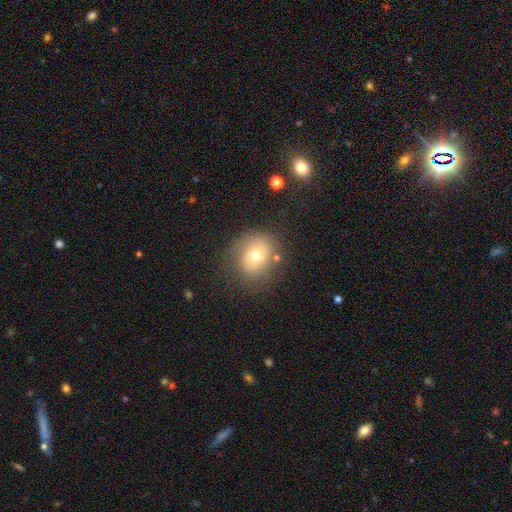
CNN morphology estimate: The model was most divided on "smooth or featured": smooth: 64%, featured or disk: 23%, star or artifact: 13%. More confident: merging — none (73%); how rounded — round (71%).